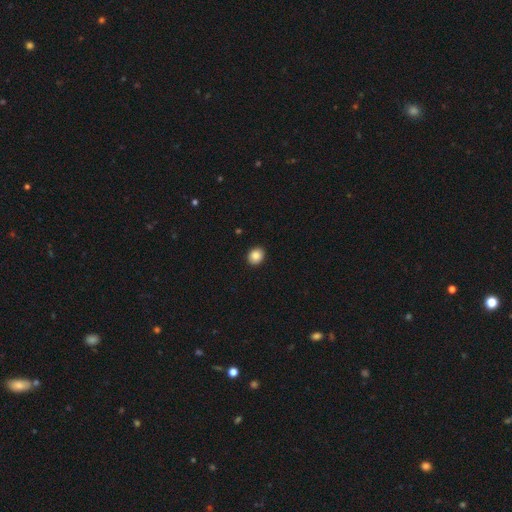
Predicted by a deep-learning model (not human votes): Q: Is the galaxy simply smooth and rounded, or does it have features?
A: smooth — 87%.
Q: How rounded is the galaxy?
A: round — 59%.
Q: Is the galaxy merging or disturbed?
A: none — 92%.